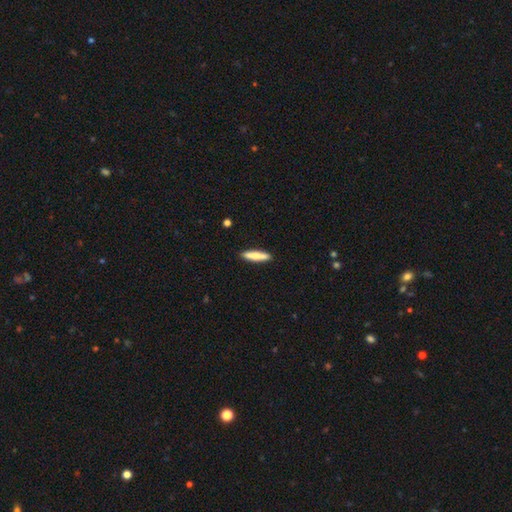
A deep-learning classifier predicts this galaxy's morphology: smooth_or_featured: smooth (p=0.73) [alt: featured or disk p=0.22]
how_rounded: cigar-shaped (p=0.85) [alt: in between p=0.13]
merging: none (p=0.90) [alt: minor disturbance p=0.07]